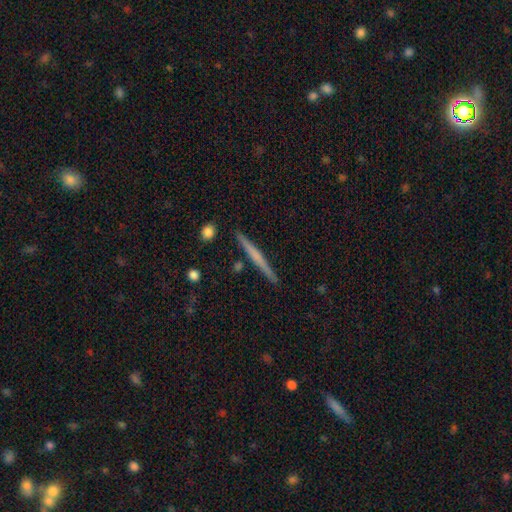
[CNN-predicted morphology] This is possibly a featured or disk galaxy (48%). Merging: clearly none (91%).